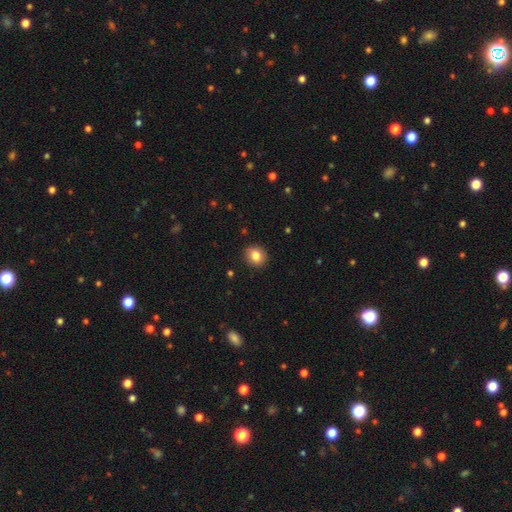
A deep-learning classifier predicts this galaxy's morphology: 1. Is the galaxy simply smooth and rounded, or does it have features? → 83% smooth, 9% star or artifact, 7% featured or disk.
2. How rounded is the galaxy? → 72% round, 27% in between, 1% cigar-shaped.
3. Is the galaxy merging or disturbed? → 90% none, 7% minor disturbance, 2% major disturbance, 1% merger.